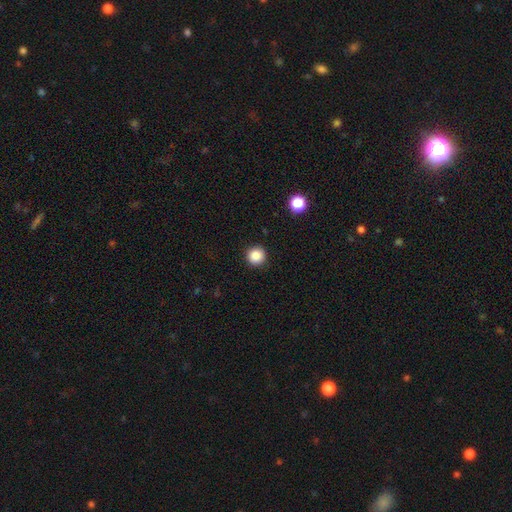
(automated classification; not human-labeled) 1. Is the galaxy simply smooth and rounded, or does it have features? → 87% smooth, 10% star or artifact, 3% featured or disk.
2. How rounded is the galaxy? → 95% round, 4% in between, 1% cigar-shaped.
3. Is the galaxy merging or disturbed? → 92% none, 5% minor disturbance, 2% major disturbance, 1% merger.